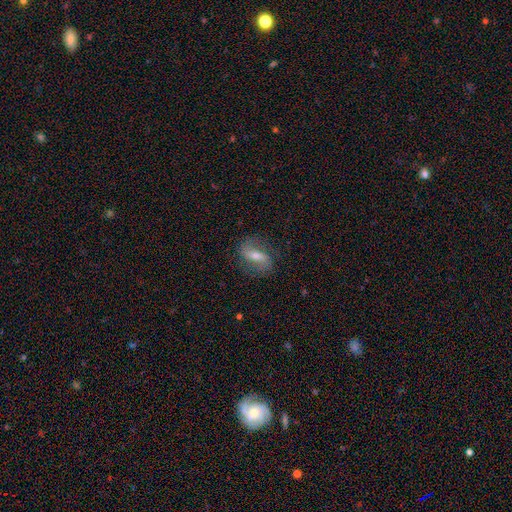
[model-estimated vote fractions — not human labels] featured or disk 60%, smooth 31%, star or artifact 9%. Down the decision tree: edge-on disk — no (90%); bar — weak (41%); spiral arms — yes (84%); bulge size — moderate (53%); merging — none (75%).